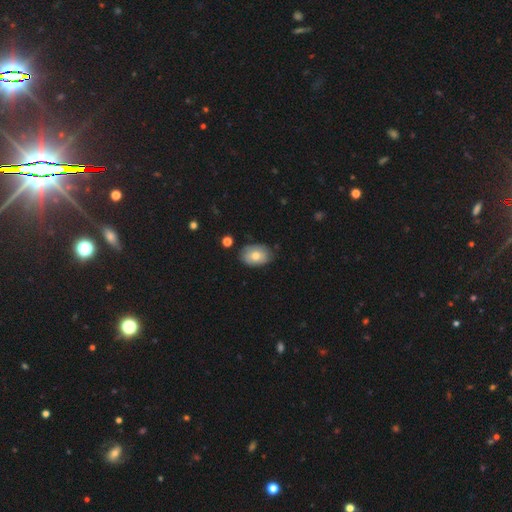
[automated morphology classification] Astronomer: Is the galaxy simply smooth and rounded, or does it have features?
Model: smooth — 64%.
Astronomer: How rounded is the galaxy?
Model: in between — 80%.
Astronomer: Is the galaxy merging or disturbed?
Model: none — 74%.